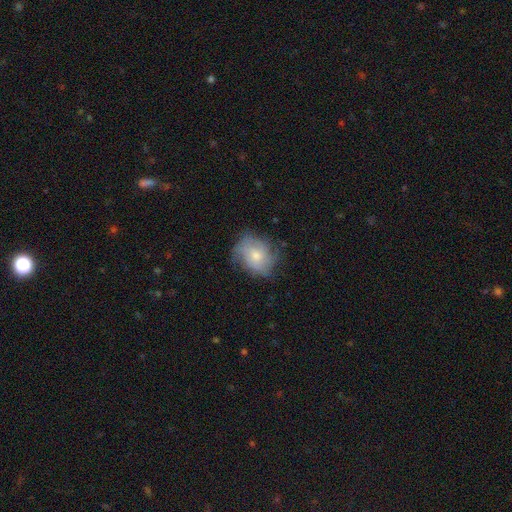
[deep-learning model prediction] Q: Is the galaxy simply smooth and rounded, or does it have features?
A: smooth — 53%.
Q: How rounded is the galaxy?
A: round — 56%.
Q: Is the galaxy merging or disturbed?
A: none — 61%.